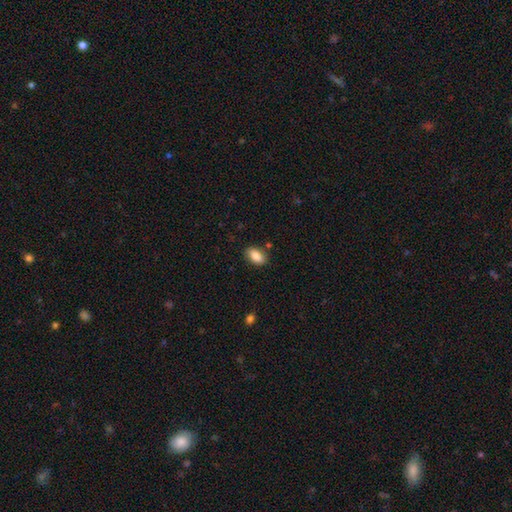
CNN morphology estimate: Smooth or featured? Predicted: smooth (p=0.86). How rounded? Predicted: in between (p=0.90). Merging? Predicted: none (p=0.84).